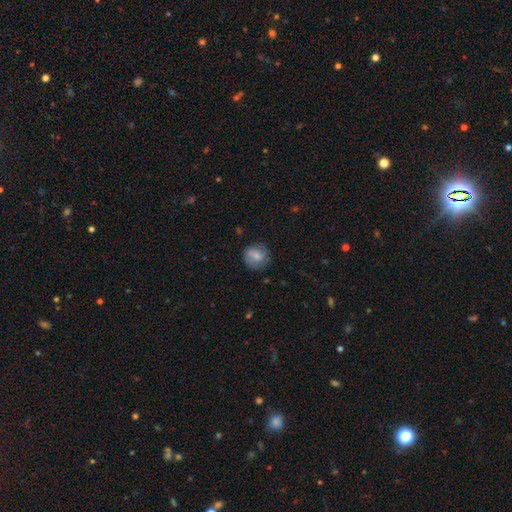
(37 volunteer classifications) Smooth or featured? 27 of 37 (73%) said smooth. How rounded? 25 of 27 (93%) said round. Merging? 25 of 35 (71%) said none.